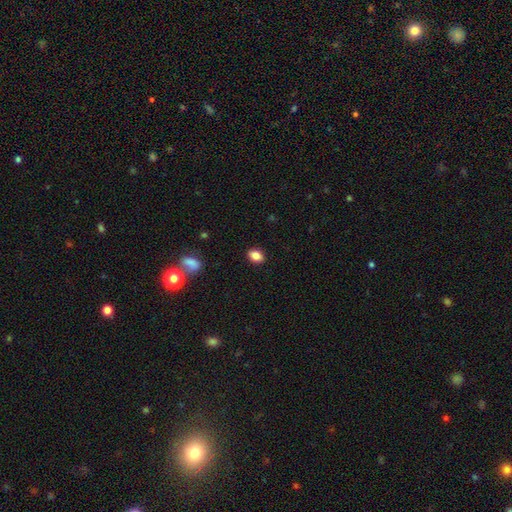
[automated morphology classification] Smooth or featured?
  - smooth: 85% *
  - star or artifact: 9%
  - featured or disk: 6%
How rounded?
  - in between: 74% *
  - round: 24%
  - cigar-shaped: 2%
Merging?
  - none: 89% *
  - minor disturbance: 8%
  - major disturbance: 2%
  - merger: 1%